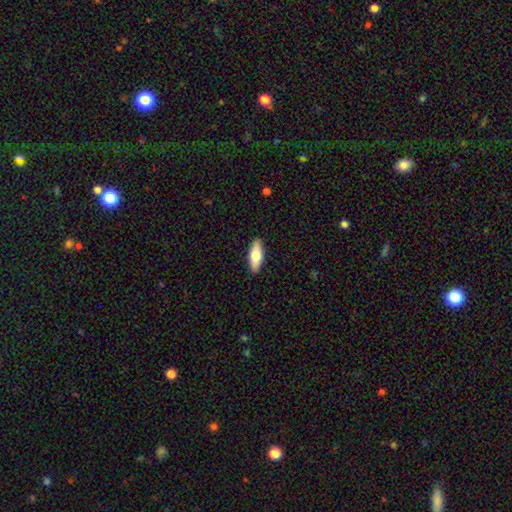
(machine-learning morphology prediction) Overall: smooth (65%; featured or disk 30%). How rounded: in between (67%; cigar-shaped 31%). Merging: none (90%).